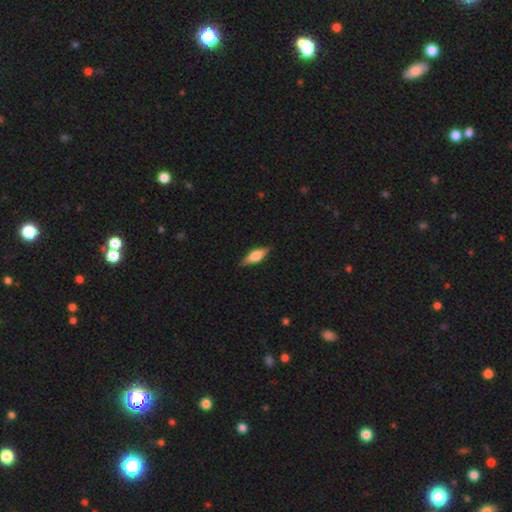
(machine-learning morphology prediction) This is possibly a featured or disk galaxy (52%). It is clearly viewed edge-on (94%). Merging: clearly none (87%).